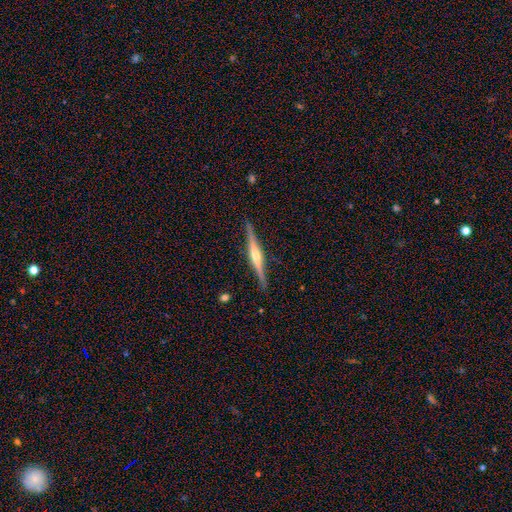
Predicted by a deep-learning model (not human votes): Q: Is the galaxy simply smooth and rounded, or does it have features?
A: featured or disk — 81%.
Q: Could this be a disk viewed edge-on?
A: yes — 98%.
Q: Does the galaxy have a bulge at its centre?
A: rounded — 82%.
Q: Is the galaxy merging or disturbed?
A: none — 90%.